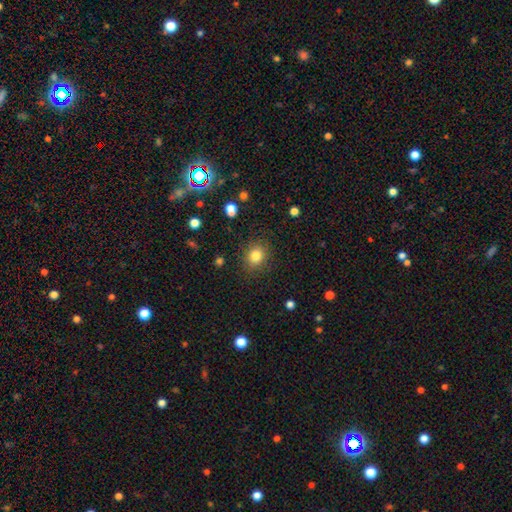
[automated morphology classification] Smooth or featured? smooth (82%)
How rounded? round (67%)
Merging? none (86%)